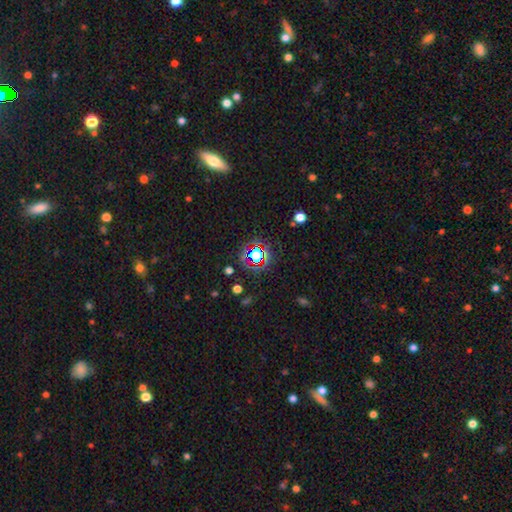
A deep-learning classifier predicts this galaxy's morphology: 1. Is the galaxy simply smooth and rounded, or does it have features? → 65% star or artifact, 23% smooth, 12% featured or disk.